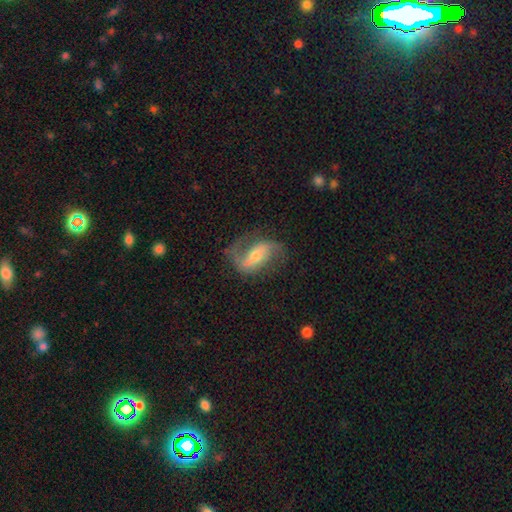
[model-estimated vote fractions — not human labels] Smooth or featured: featured or disk — 82% (smooth — 12%)
Edge-on disk: no — 95% (yes — 5%)
Bar: strong — 41% (weak — 39%)
Spiral arms: yes — 94% (no — 6%)
Spiral winding: loose — 52% (medium — 37%)
Spiral arm count: 2 — 85% (1 — 8%)
Bulge size: moderate — 52% (small — 38%)
Merging: none — 66% (minor disturbance — 19%)